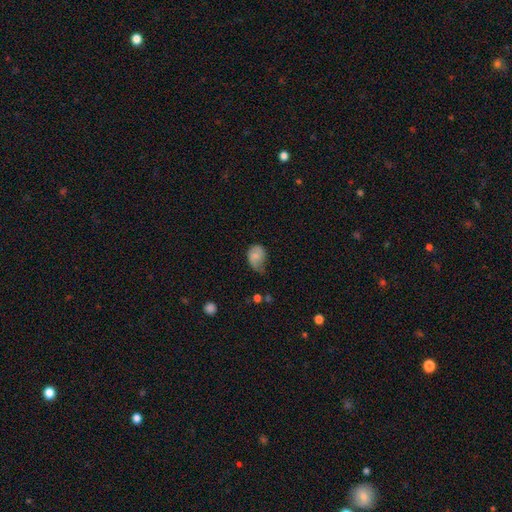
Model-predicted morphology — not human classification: Q: Smooth or featured?
A: smooth (69%); runner-up: featured or disk (23%)
Q: How rounded?
A: in between (65%); runner-up: round (34%)
Q: Merging?
A: minor disturbance (45%); runner-up: none (27%)